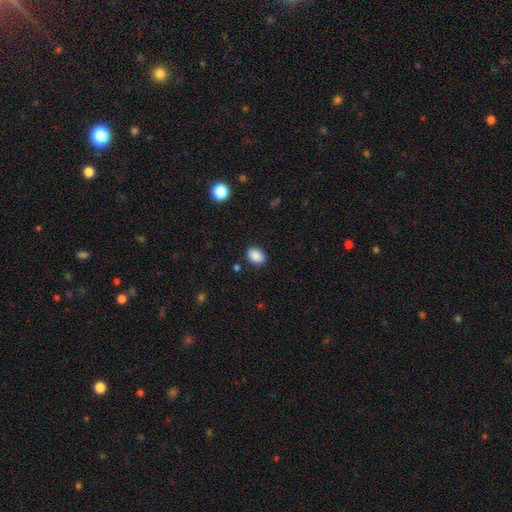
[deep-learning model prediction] Smooth or featured?
  - smooth: 89% *
  - star or artifact: 8%
  - featured or disk: 3%
How rounded?
  - in between: 77% *
  - round: 22%
  - cigar-shaped: 1%
Merging?
  - none: 87% *
  - minor disturbance: 9%
  - major disturbance: 2%
  - merger: 1%